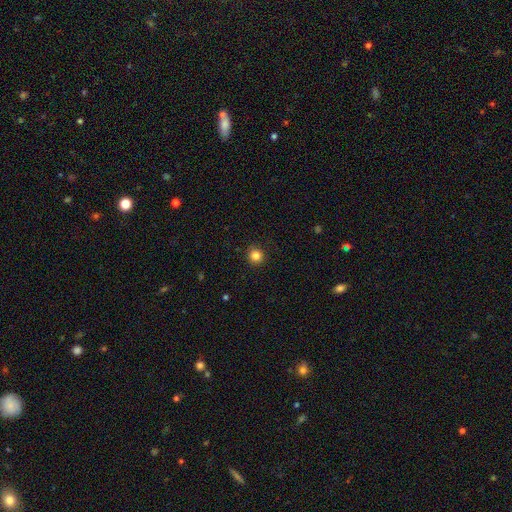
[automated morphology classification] smooth-or-featured: smooth: 84% | star or artifact: 12% | featured or disk: 4%
  how-rounded: round: 94% | in between: 5% | cigar-shaped: 1%
  merging: none: 91% | minor disturbance: 6% | major disturbance: 2% | merger: 1%